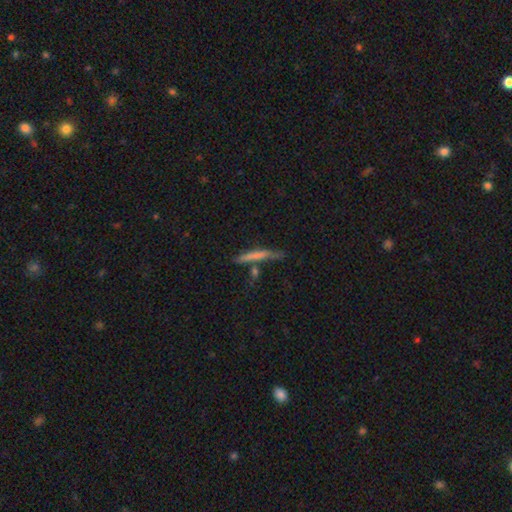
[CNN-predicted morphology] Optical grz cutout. It shows a smooth galaxy with no disk features (61%) that is cigar-shaped (94%). Merging: none (67%).